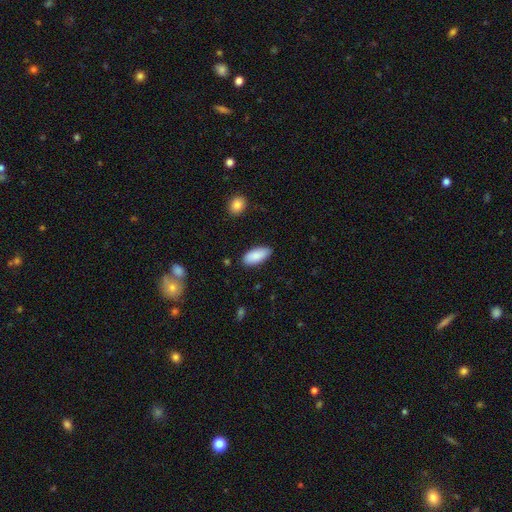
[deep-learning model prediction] This is clearly a smooth galaxy (88%). How rounded: clearly in between (90%). Merging: clearly none (85%).